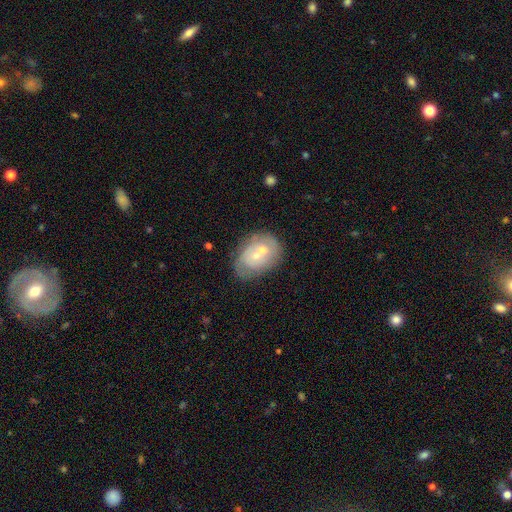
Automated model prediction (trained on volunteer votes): Overall: featured or disk (48%; smooth 45%). Merging: merger (49%; none 27%).